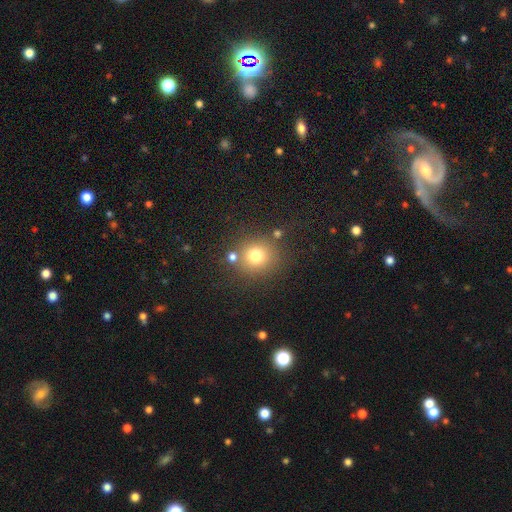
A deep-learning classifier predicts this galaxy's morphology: smooth-or-featured: smooth: 75% | star or artifact: 16% | featured or disk: 9%
  how-rounded: round: 89% | in between: 10% | cigar-shaped: 1%
  merging: none: 77% | minor disturbance: 10% | merger: 9% | major disturbance: 4%